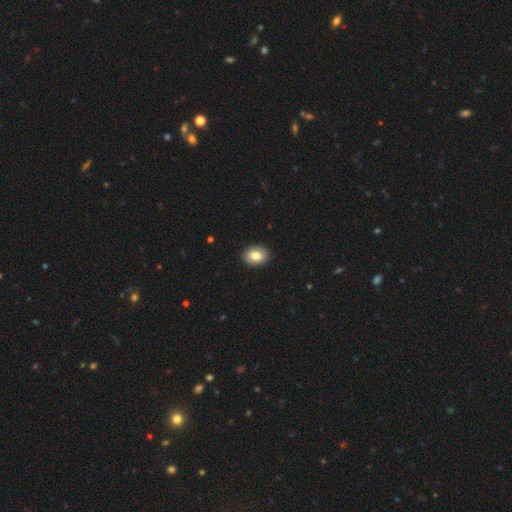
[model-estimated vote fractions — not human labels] This appears to be a smooth galaxy with no disk features (81%) that is in between round and cigar-shaped (72%). Merging: none (91%).